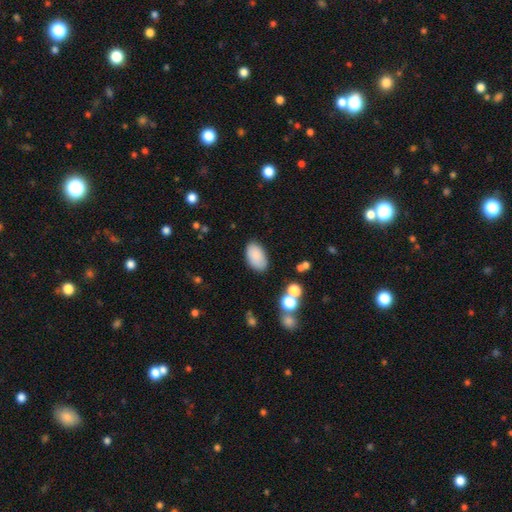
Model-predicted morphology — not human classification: This appears to be a smooth galaxy with no disk features (87%) that is in between round and cigar-shaped (94%). Merging: none (84%).